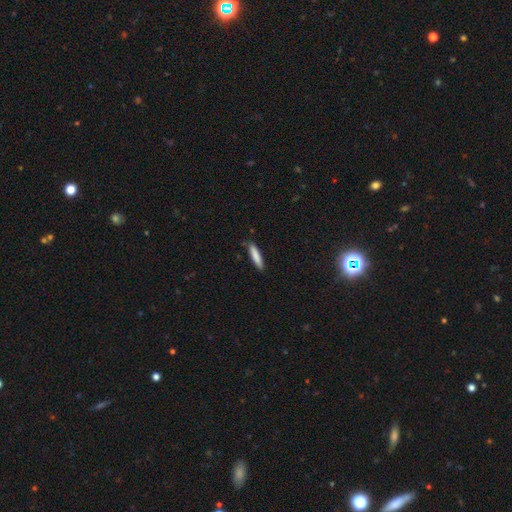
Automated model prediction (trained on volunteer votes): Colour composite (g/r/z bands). It shows a smooth galaxy with no disk features (84%) that is cigar-shaped (86%). Merging: none (86%).